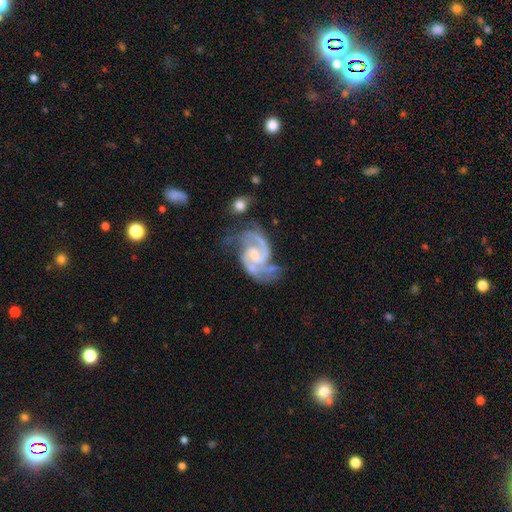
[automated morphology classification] Smooth or featured?
  - featured or disk: 93% *
  - star or artifact: 4%
  - smooth: 3%
Edge-on disk?
  - no: 98% *
  - yes: 2%
Bar?
  - weak: 48% *
  - no: 39%
  - strong: 12%
Spiral arms?
  - yes: 98% *
  - no: 2%
Spiral winding?
  - medium: 58% *
  - tight: 31%
  - loose: 11%
Spiral arm count?
  - 2: 82% *
  - 3: 9%
  - can't tell: 3%
  - 1: 2%
  - 4: 2%
  - more than 4: 2%
Bulge size?
  - small: 44% *
  - moderate: 28%
  - none: 24%
  - large: 3%
  - dominant: 1%
Merging?
  - none: 57% *
  - minor disturbance: 24%
  - major disturbance: 15%
  - merger: 5%